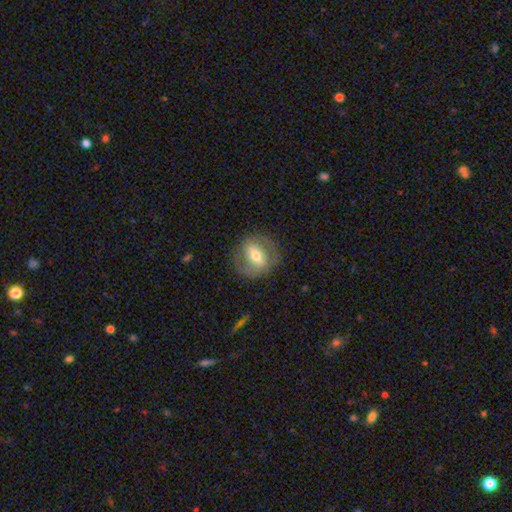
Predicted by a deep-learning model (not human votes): smooth_or_featured: featured or disk (p=0.53) [alt: smooth p=0.40]
disk_edge_on: no (p=0.91) [alt: yes p=0.09]
merging: none (p=0.79) [alt: minor disturbance p=0.13]